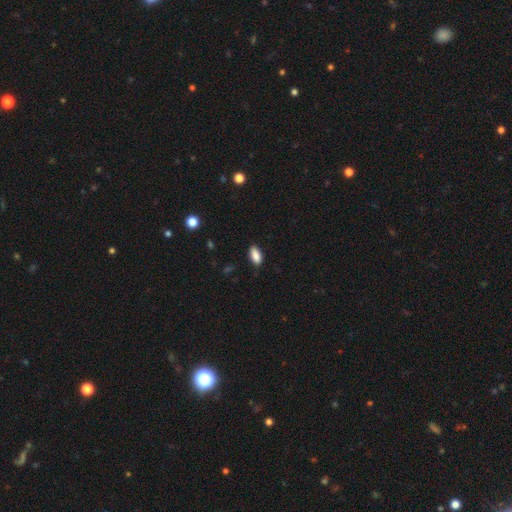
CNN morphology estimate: The model was most divided on "merging": none: 86%, minor disturbance: 11%, major disturbance: 2%, merger: 1%. More confident: how rounded — in between (89%); smooth or featured — smooth (88%).